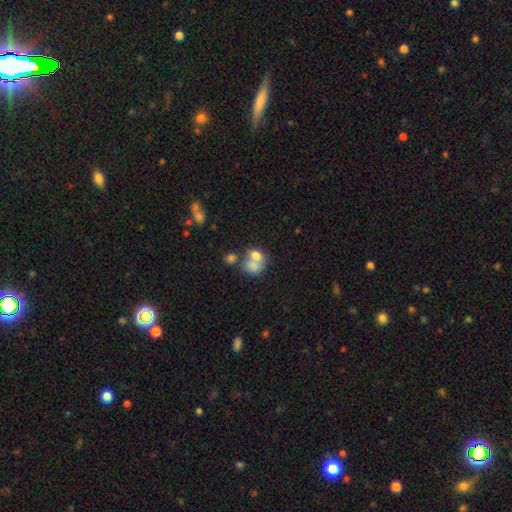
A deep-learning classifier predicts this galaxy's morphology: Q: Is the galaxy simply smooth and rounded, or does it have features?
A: smooth — 64%.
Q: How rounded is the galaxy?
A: round — 60%.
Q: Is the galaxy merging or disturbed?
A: merger — 59%.